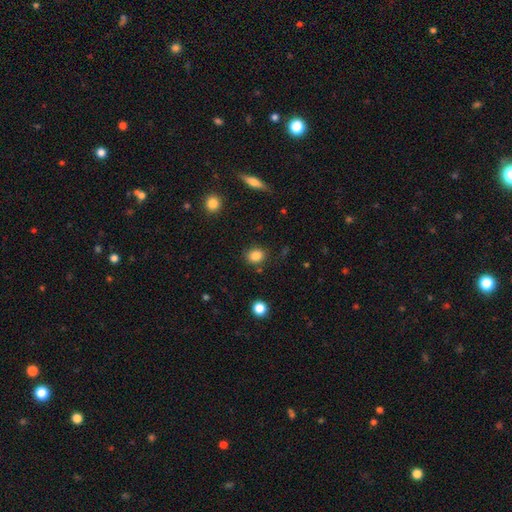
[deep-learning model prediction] Smooth or featured?
  - smooth: 84% *
  - star or artifact: 11%
  - featured or disk: 5%
How rounded?
  - round: 64% *
  - in between: 35%
  - cigar-shaped: 1%
Merging?
  - none: 84% *
  - minor disturbance: 10%
  - merger: 3%
  - major disturbance: 3%